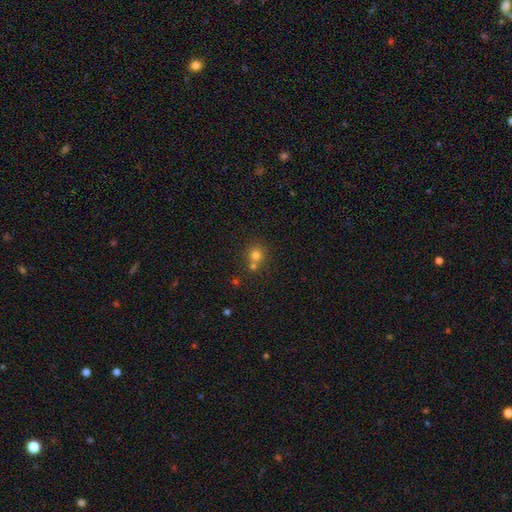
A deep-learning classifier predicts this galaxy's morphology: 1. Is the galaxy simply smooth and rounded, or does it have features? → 73% smooth, 17% star or artifact, 10% featured or disk.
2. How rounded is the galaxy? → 89% round, 10% in between, 1% cigar-shaped.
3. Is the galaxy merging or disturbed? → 56% none, 35% merger, 7% minor disturbance, 3% major disturbance.